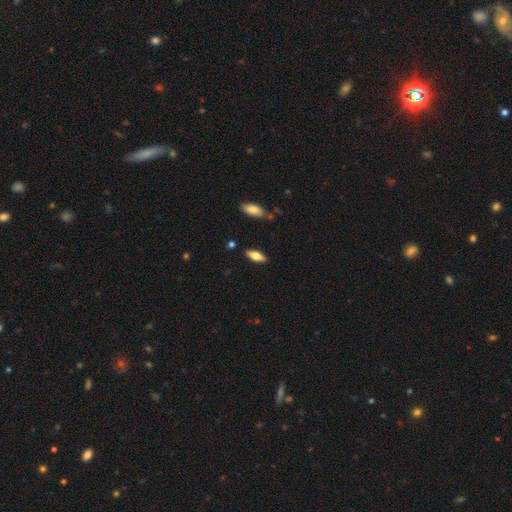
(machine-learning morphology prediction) Q: Smooth or featured?
A: smooth (64%); runner-up: featured or disk (29%)
Q: How rounded?
A: in between (72%); runner-up: cigar-shaped (25%)
Q: Merging?
A: none (84%); runner-up: minor disturbance (11%)